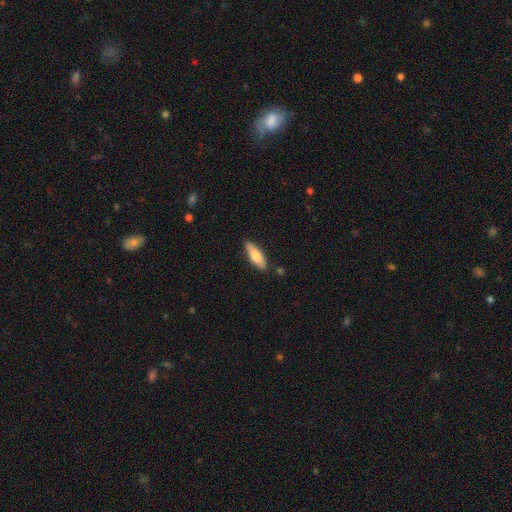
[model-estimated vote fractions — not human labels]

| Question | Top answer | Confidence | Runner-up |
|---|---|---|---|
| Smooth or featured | smooth | 65% | featured or disk (29%) |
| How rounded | in between | 51% | cigar-shaped (46%) |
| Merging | none | 84% | minor disturbance (12%) |